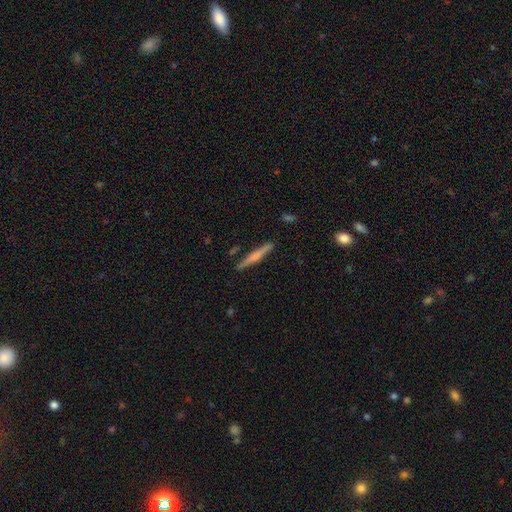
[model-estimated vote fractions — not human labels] smooth-or-featured: featured or disk: 53% | smooth: 41% | star or artifact: 6%
  disk-edge-on: yes: 98% | no: 2%
    edge-on-bulge: rounded: 54% | none: 27% | boxy: 19%
  merging: none: 90% | minor disturbance: 7% | merger: 2% | major disturbance: 2%